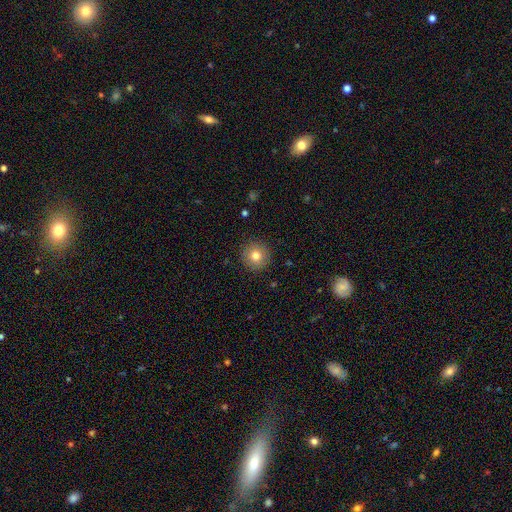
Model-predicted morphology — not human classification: Q: Smooth or featured?
A: smooth (79%); runner-up: star or artifact (10%)
Q: How rounded?
A: round (96%); runner-up: in between (3%)
Q: Merging?
A: none (91%); runner-up: minor disturbance (6%)